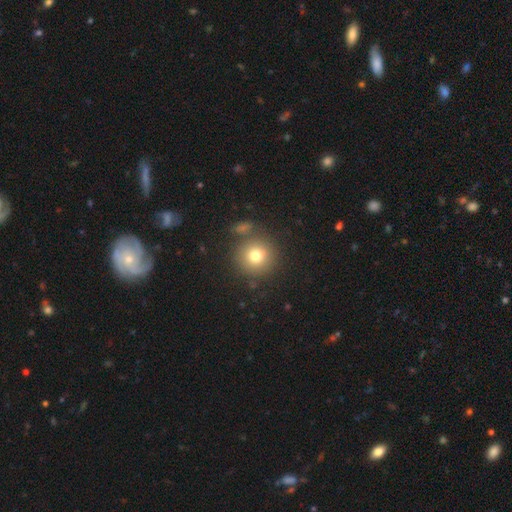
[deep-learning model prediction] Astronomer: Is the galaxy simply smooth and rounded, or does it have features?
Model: smooth — 76%.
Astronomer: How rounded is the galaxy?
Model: round — 94%.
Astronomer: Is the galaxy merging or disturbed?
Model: none — 80%.